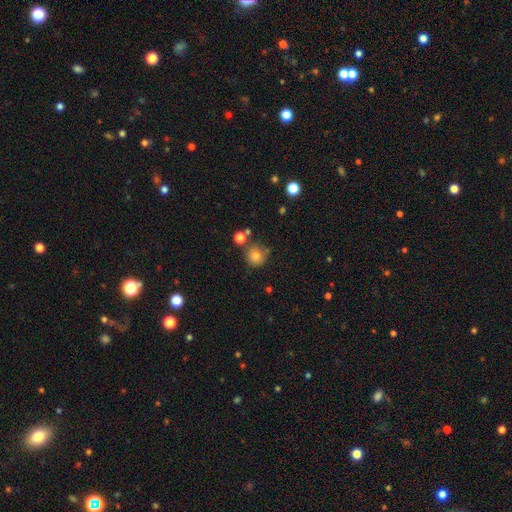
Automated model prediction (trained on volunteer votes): Q: Smooth or featured?
A: smooth (79%); runner-up: star or artifact (13%)
Q: How rounded?
A: round (92%); runner-up: in between (7%)
Q: Merging?
A: none (72%); runner-up: minor disturbance (14%)